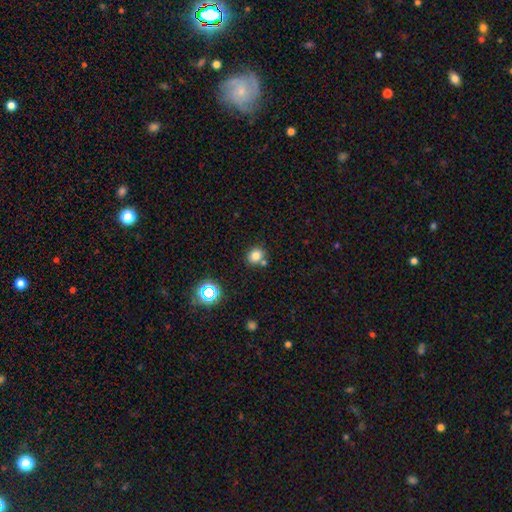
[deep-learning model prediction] smooth-or-featured: smooth: 77% | star or artifact: 15% | featured or disk: 7%
  how-rounded: round: 78% | in between: 21% | cigar-shaped: 1%
  merging: none: 69% | merger: 17% | minor disturbance: 11% | major disturbance: 3%